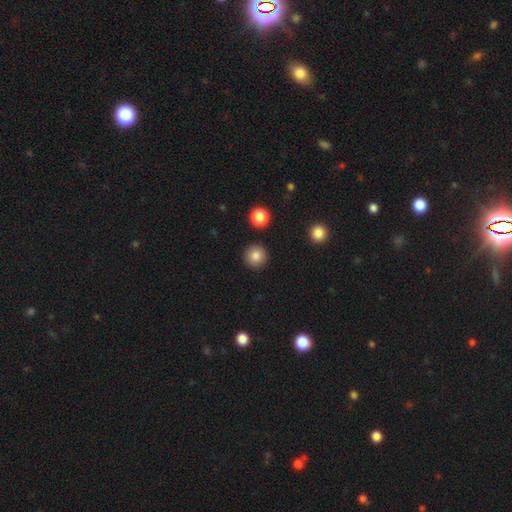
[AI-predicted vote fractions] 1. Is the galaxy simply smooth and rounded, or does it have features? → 85% smooth, 10% star or artifact, 5% featured or disk.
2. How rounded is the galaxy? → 95% round, 4% in between, 1% cigar-shaped.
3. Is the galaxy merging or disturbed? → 91% none, 5% minor disturbance, 2% major disturbance, 2% merger.